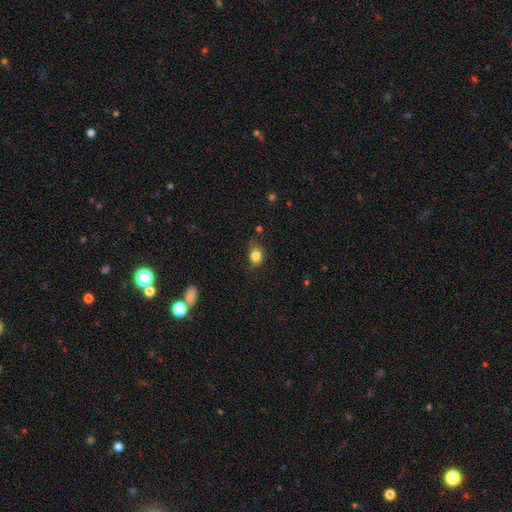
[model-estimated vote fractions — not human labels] smooth_or_featured: smooth (p=0.84) [alt: star or artifact p=0.10]
how_rounded: in between (p=0.51) [alt: round p=0.47]
merging: none (p=0.70) [alt: minor disturbance p=0.23]